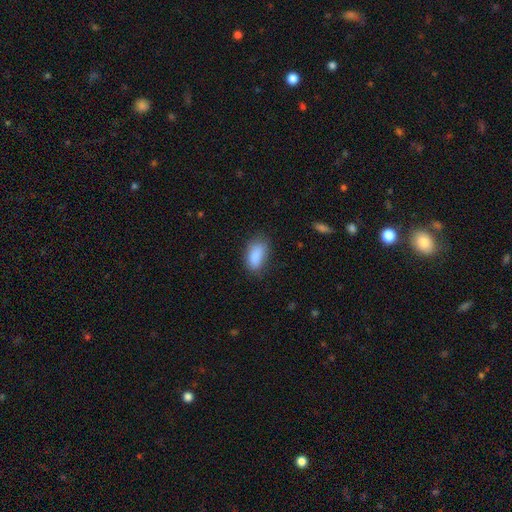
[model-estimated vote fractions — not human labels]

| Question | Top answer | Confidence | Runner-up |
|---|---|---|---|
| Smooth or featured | smooth | 88% | star or artifact (8%) |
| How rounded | in between | 91% | cigar-shaped (5%) |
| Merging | none | 73% | minor disturbance (20%) |